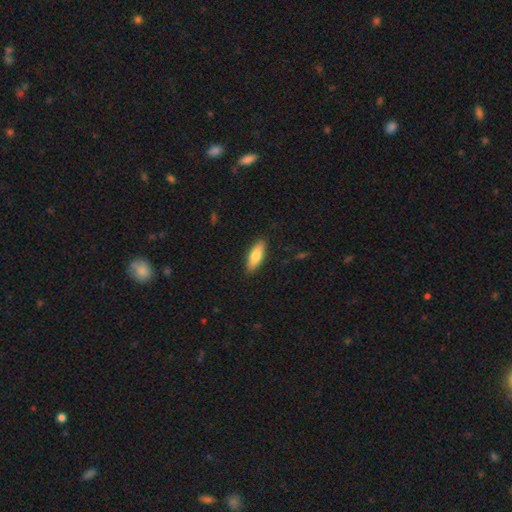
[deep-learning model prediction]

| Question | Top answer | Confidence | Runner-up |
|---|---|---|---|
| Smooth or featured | smooth | 77% | featured or disk (18%) |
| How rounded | in between | 65% | cigar-shaped (33%) |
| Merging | none | 88% | minor disturbance (9%) |